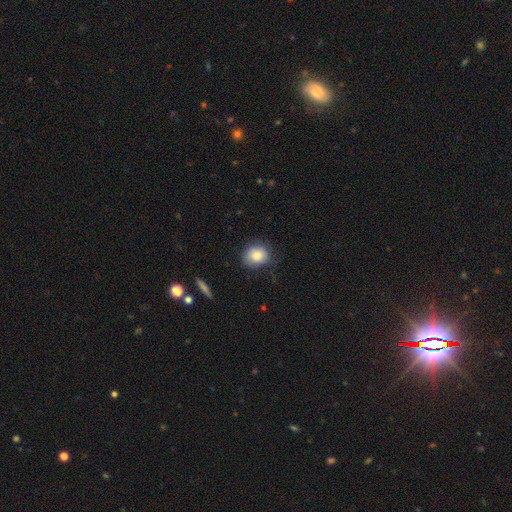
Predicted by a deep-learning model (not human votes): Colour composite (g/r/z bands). It shows a smooth galaxy with no disk features (84%) that is round (68%). Merging: none (74%).